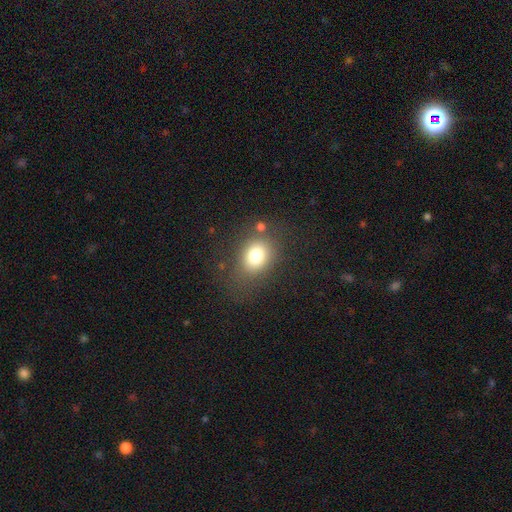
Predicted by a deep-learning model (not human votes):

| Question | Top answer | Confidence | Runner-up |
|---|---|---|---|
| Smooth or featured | smooth | 78% | star or artifact (12%) |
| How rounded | in between | 53% | round (46%) |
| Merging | none | 71% | minor disturbance (15%) |